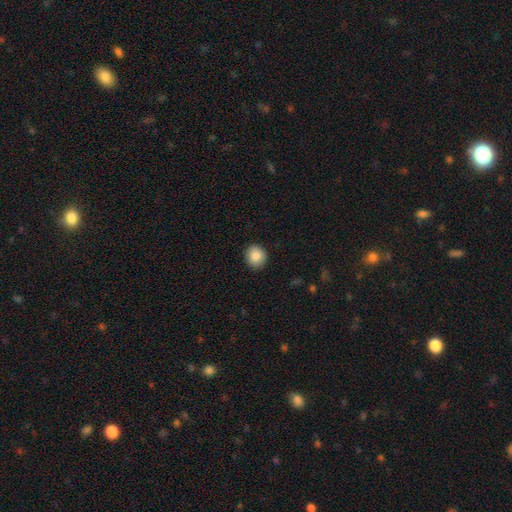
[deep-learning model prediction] The model was most divided on "how rounded": round: 79%, in between: 20%, cigar-shaped: 1%. More confident: merging — none (91%); smooth or featured — smooth (87%).